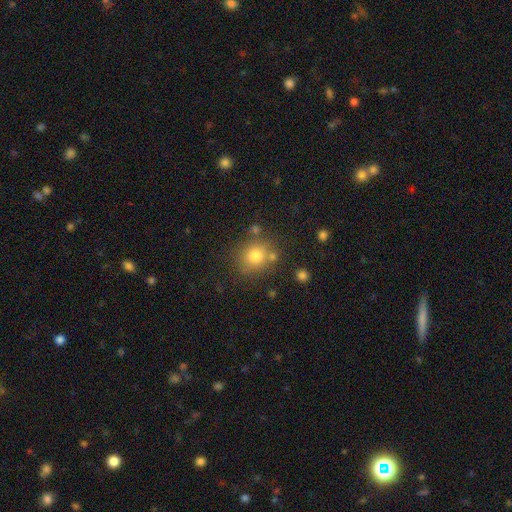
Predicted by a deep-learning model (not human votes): Smooth or featured?
  - smooth: 76% *
  - star or artifact: 15%
  - featured or disk: 9%
How rounded?
  - round: 83% *
  - in between: 16%
  - cigar-shaped: 1%
Merging?
  - none: 76% *
  - minor disturbance: 11%
  - merger: 9%
  - major disturbance: 4%